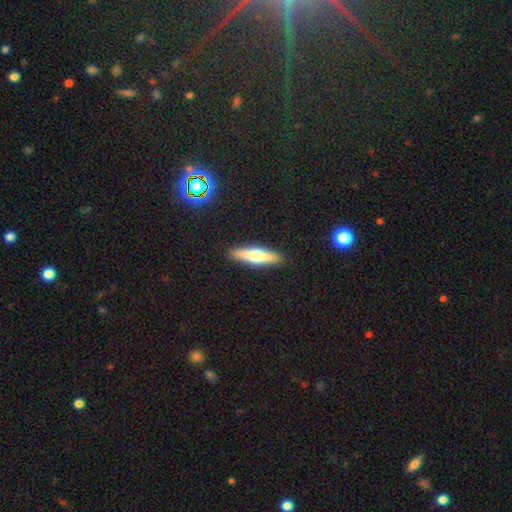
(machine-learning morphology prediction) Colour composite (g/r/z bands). It shows a smooth galaxy with no disk features (47%, tied with featured or disk). Merging: none (91%).